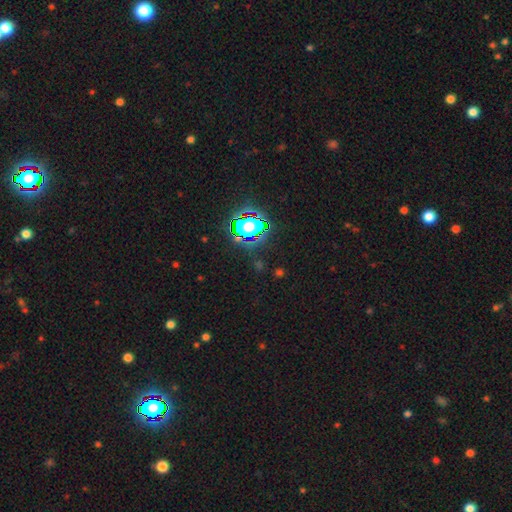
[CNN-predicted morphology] A star or artifact, not a galaxy (80%).